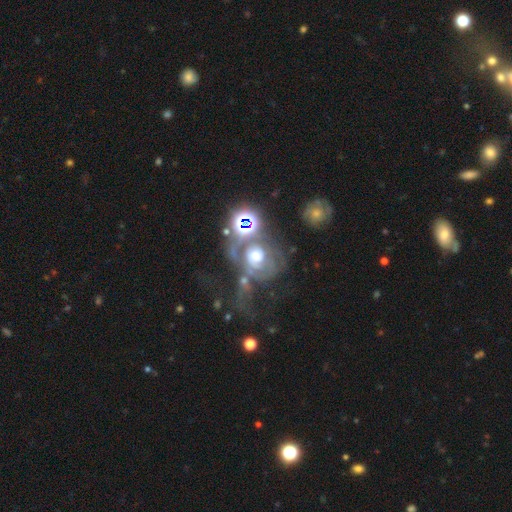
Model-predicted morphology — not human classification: The model was most divided on "merging": major disturbance: 38%, none: 25%, merger: 23%, minor disturbance: 14%. Remaining: edge-on disk — no (96%); bar — no (78%); smooth or featured — featured or disk (58%); spiral arms — yes (57%); bulge size — moderate (50%).